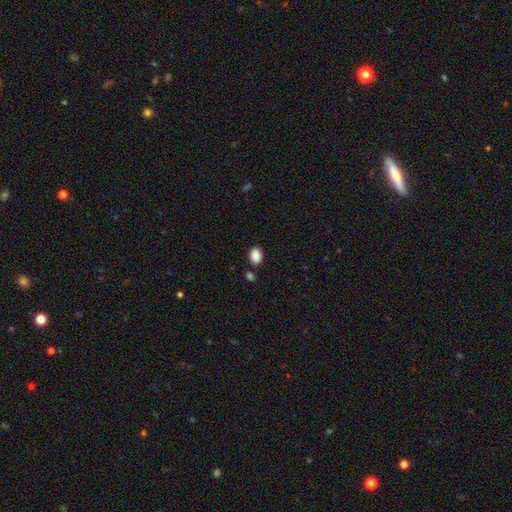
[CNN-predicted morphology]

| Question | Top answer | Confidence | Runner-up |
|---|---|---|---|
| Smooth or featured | smooth | 89% | star or artifact (8%) |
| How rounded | in between | 76% | round (23%) |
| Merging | none | 82% | minor disturbance (10%) |